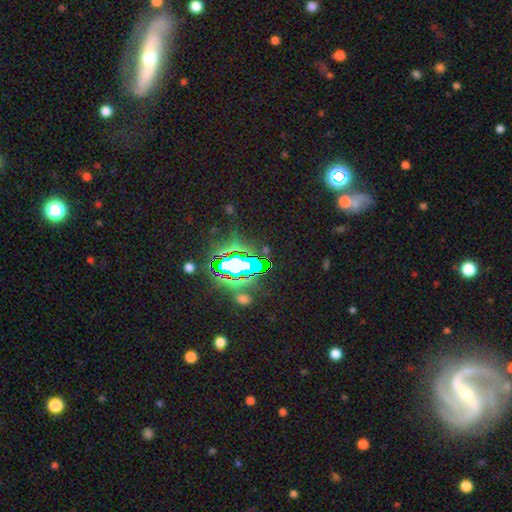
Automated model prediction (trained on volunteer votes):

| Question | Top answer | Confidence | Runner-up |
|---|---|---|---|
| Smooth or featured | star or artifact | 53% | featured or disk (30%) |